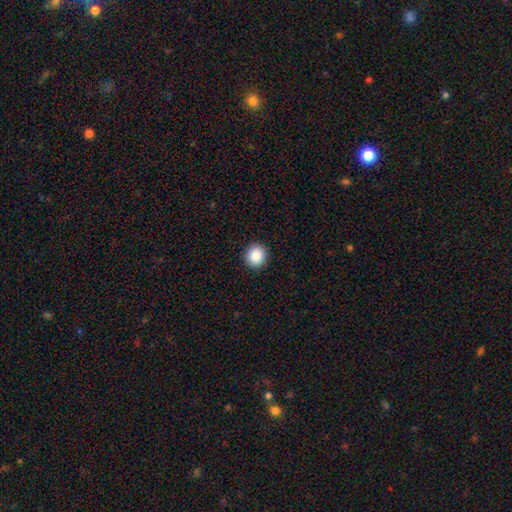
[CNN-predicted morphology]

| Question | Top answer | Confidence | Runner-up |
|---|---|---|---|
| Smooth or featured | smooth | 88% | star or artifact (9%) |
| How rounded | round | 89% | in between (10%) |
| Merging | none | 92% | minor disturbance (5%) |